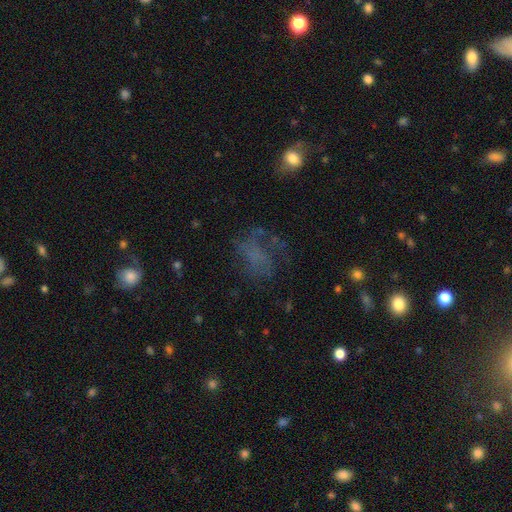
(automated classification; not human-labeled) Smooth or featured? featured or disk (40%)
Merging? none (44%)